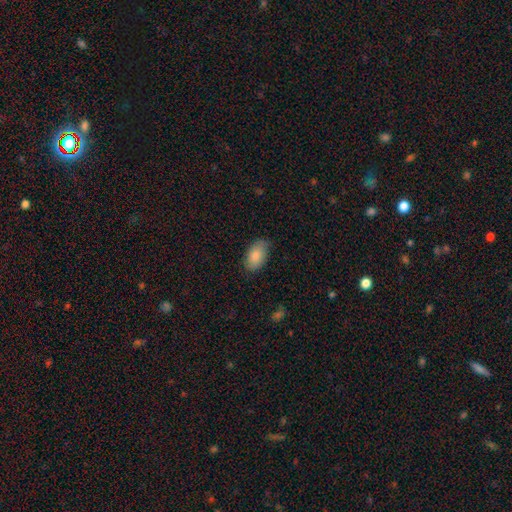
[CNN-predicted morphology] smooth 84%, featured or disk 9%, star or artifact 7%. Down the decision tree: how rounded — in between (93%); merging — none (77%).